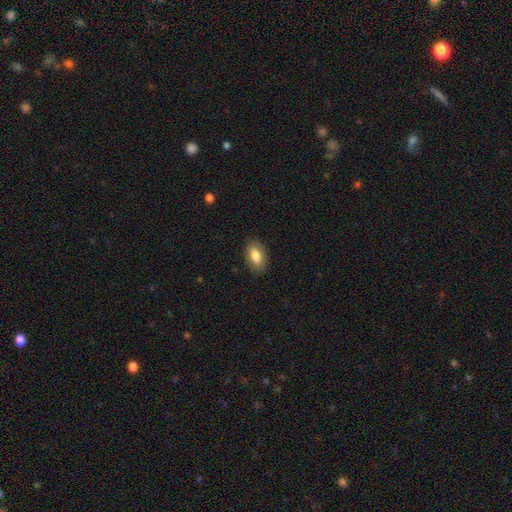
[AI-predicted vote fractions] Q: Smooth or featured?
A: smooth (80%); runner-up: featured or disk (13%)
Q: How rounded?
A: in between (91%); runner-up: round (5%)
Q: Merging?
A: none (85%); runner-up: minor disturbance (11%)